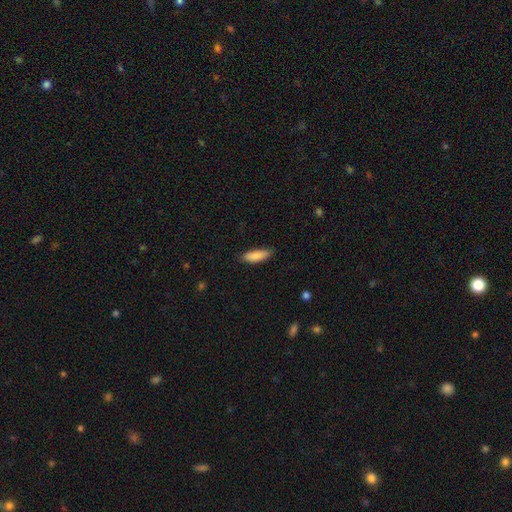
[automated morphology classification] Smooth or featured: smooth — 88% (featured or disk — 6%)
How rounded: in between — 59% (cigar-shaped — 39%)
Merging: none — 83% (minor disturbance — 14%)